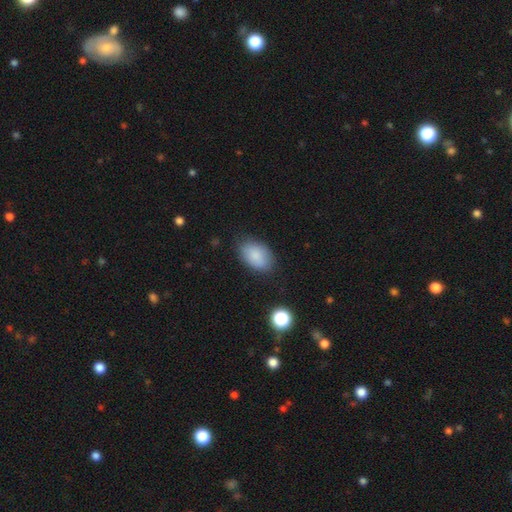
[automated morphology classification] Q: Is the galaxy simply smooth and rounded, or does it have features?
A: smooth — 85%.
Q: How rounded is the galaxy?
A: in between — 89%.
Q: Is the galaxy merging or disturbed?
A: none — 78%.